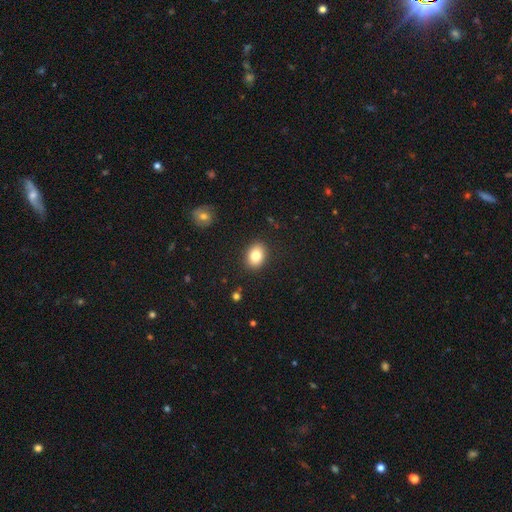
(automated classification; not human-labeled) Smooth or featured? Predicted: smooth (p=0.81). How rounded? Predicted: in between (p=0.68). Merging? Predicted: none (p=0.89).